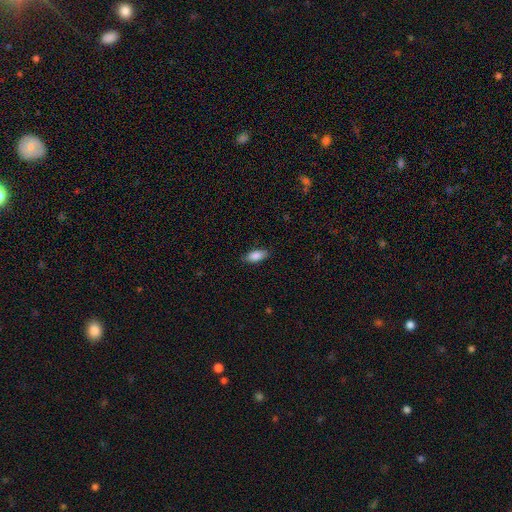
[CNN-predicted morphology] A smooth galaxy with no disk features (87%) that is in between round and cigar-shaped (85%).

Vote fractions:
- Smooth or featured? smooth: 87% / star or artifact: 6% / featured or disk: 6%
- How rounded? in between: 85% / cigar-shaped: 13% / round: 2%
- Merging? none: 86% / minor disturbance: 11% / major disturbance: 2% / merger: 1%